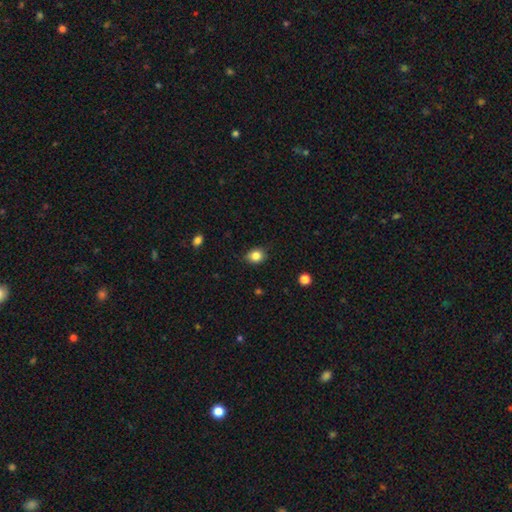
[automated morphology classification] type=smooth (84%); roundness=round (59%); merging=none (76%).